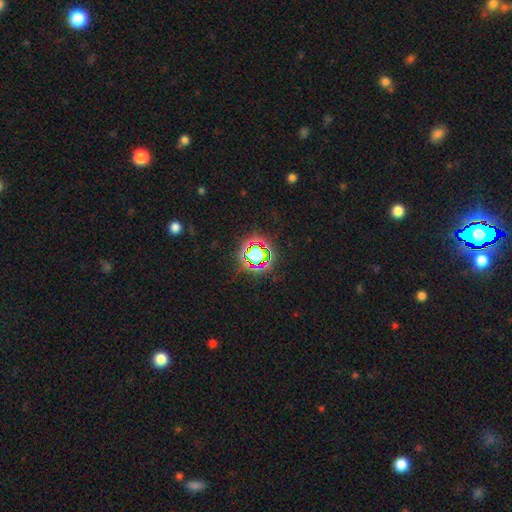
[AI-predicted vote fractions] Morphology: type=star or artifact (66%).